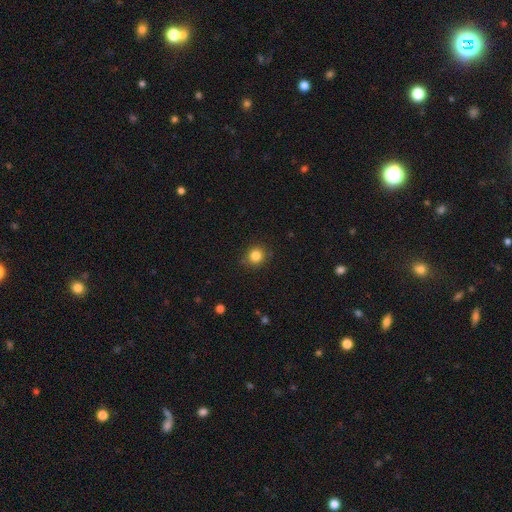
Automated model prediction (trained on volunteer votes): Smooth or featured?
  - smooth: 84% *
  - star or artifact: 11%
  - featured or disk: 5%
How rounded?
  - round: 89% *
  - in between: 11%
  - cigar-shaped: 1%
Merging?
  - none: 87% *
  - minor disturbance: 10%
  - major disturbance: 2%
  - merger: 1%